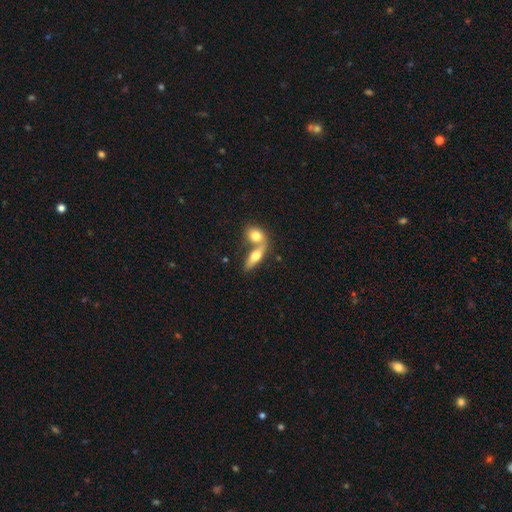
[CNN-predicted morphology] The model was most divided on "merging": merger: 55%, none: 35%, minor disturbance: 7%, major disturbance: 3%. More confident: how rounded — in between (63%); smooth or featured — smooth (59%).